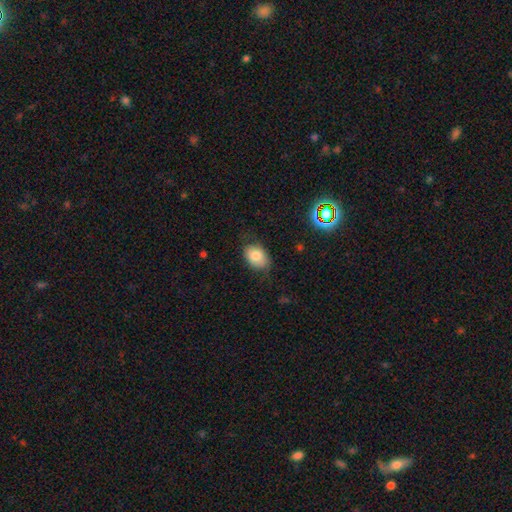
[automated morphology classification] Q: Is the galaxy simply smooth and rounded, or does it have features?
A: smooth — 79%.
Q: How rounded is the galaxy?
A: in between — 78%.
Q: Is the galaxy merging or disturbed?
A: none — 66%.